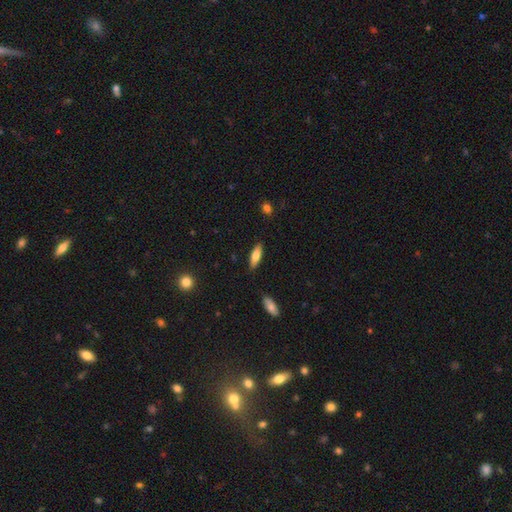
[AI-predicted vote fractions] This appears to be a smooth galaxy with no disk features (74%) that is in between round and cigar-shaped (54%). Merging: none (86%).